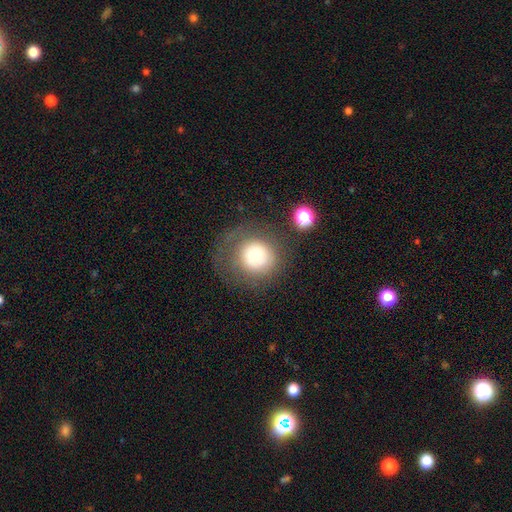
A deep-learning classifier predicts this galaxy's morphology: This appears to be a smooth galaxy with no disk features (72%) that is round (91%). Merging: none (60%).